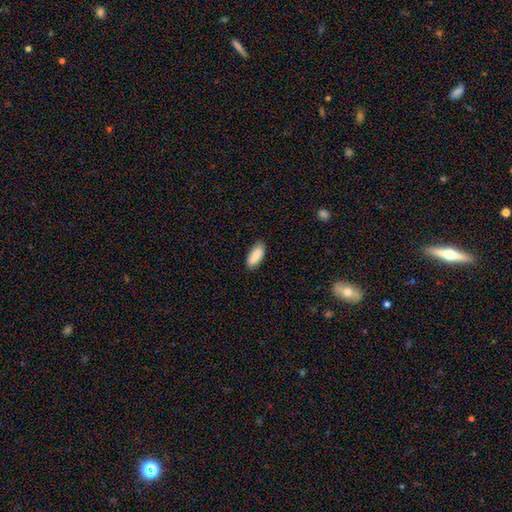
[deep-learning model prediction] A smooth galaxy with no disk features (88%) that is in between round and cigar-shaped (86%).

Vote fractions:
- Smooth or featured? smooth: 88% / featured or disk: 6% / star or artifact: 6%
- How rounded? in between: 86% / cigar-shaped: 13% / round: 2%
- Merging? none: 86% / minor disturbance: 11% / major disturbance: 2% / merger: 1%